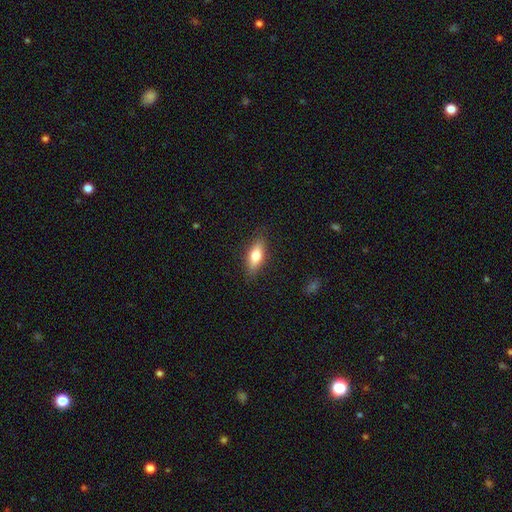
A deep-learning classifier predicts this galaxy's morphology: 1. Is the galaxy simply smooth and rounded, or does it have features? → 72% smooth, 21% featured or disk, 7% star or artifact.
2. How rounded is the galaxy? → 69% in between, 28% cigar-shaped, 3% round.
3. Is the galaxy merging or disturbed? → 86% none, 11% minor disturbance, 3% major disturbance, 1% merger.